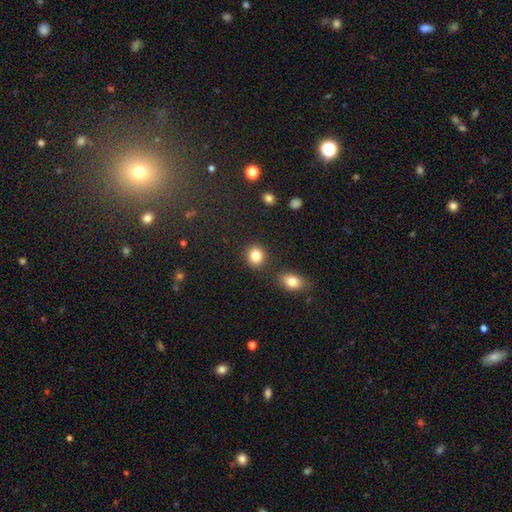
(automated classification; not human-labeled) A smooth galaxy with no disk features (84%) that is round (77%). Merging: none (85%).